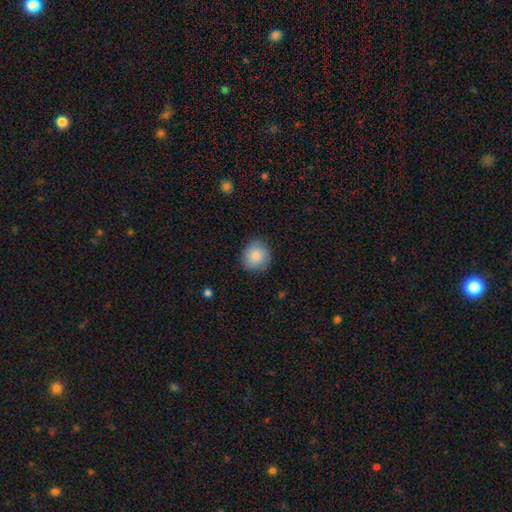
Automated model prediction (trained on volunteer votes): This is clearly a smooth galaxy (85%). How rounded: clearly round (84%). Merging: clearly none (85%).